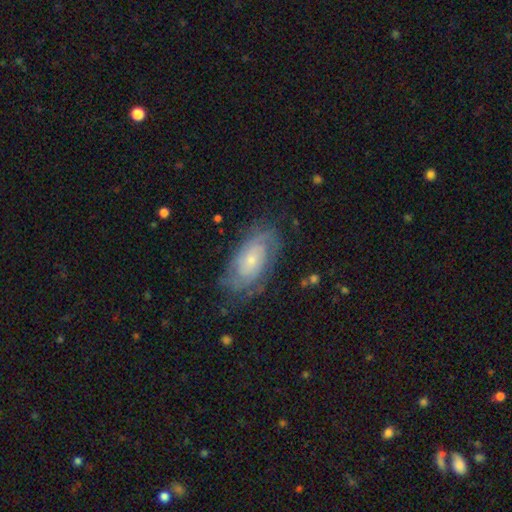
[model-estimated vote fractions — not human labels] This is likely a featured or disk galaxy (74%). It is clearly not viewed edge-on (94%). Bar: likely no (73%). Spiral arm pattern: clearly yes (92%). Spiral arm count: possibly can't tell (45%). Spiral winding: likely tight (66%). Central bulge: likely small (66%). Merging: likely none (74%).